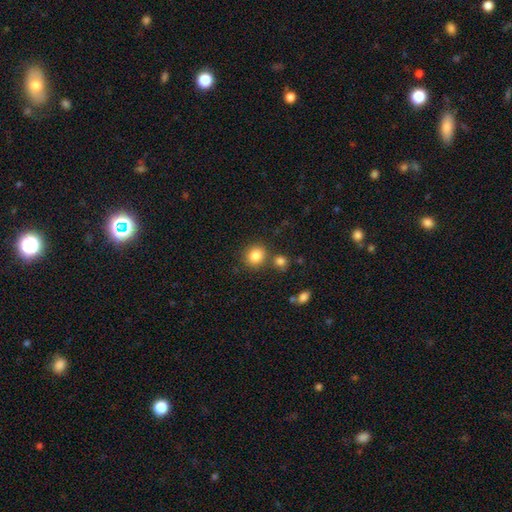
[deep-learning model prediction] Smooth or featured? Predicted: smooth (p=0.84). How rounded? Predicted: round (p=0.76). Merging? Predicted: none (p=0.74).